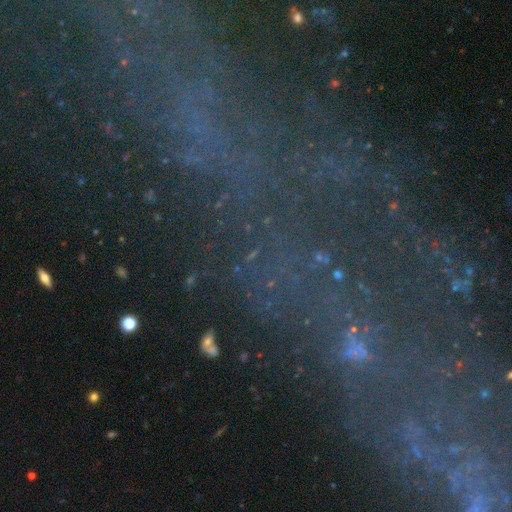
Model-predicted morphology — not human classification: star or artifact 64%, featured or disk 22%, smooth 14%.